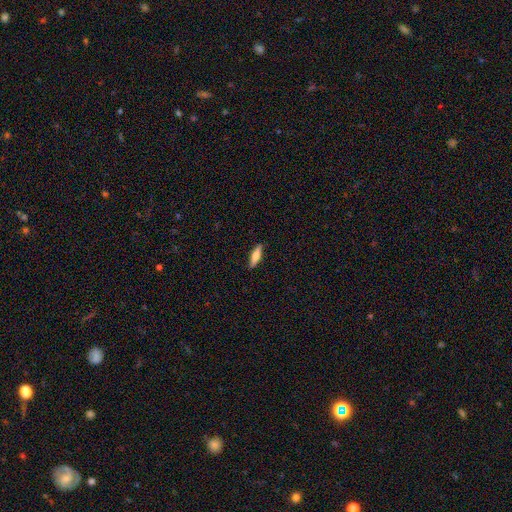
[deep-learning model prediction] Smooth or featured? Predicted: smooth (p=0.61). How rounded? Predicted: cigar-shaped (p=0.66). Merging? Predicted: none (p=0.88).